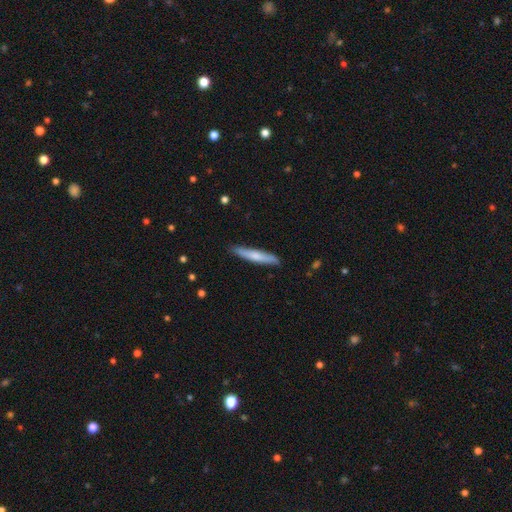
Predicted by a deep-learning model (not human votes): The model was most divided on "smooth or featured": smooth: 64%, featured or disk: 31%, star or artifact: 5%. More confident: how rounded — cigar-shaped (93%); merging — none (88%).